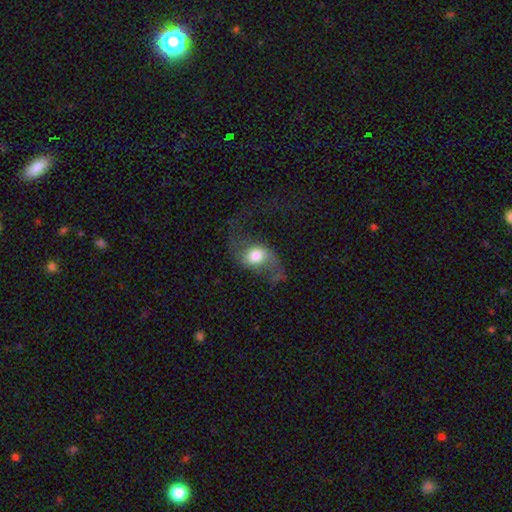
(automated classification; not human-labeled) Overall: featured or disk (54%; smooth 38%). Edge-on disk: no (95%). Bar: no (68%). Spiral arms: yes (79%). Bulge size: moderate (46%; large 37%). Merging: major disturbance (42%; none 37%).